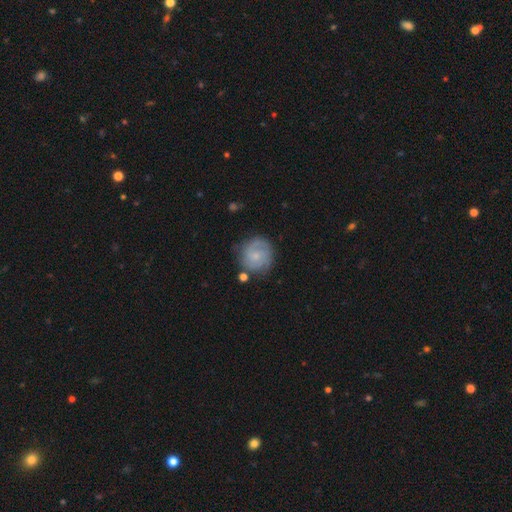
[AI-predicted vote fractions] This appears to be a featured or disk galaxy (64%) with no bar (69%), 2 (41%) tight (51%) spiral arms (90%) and a small central bulge (70%). Merging: none (71%).